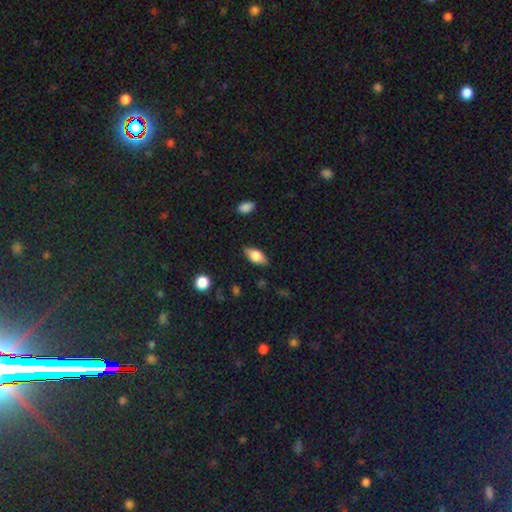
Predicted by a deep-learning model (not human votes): Smooth or featured? smooth (68%)
How rounded? in between (85%)
Merging? none (84%)